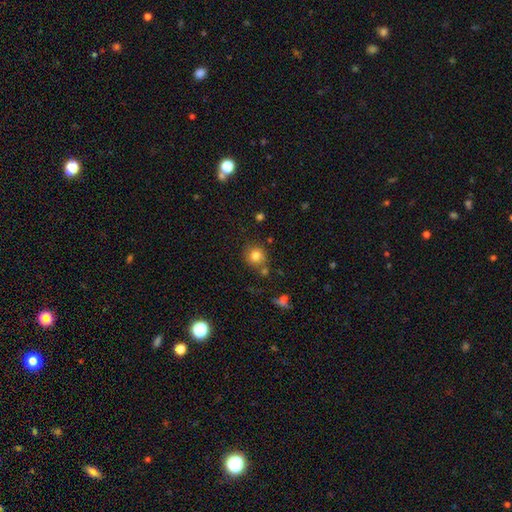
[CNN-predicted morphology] Overall: smooth (80%). How rounded: round (88%). Merging: none (74%).